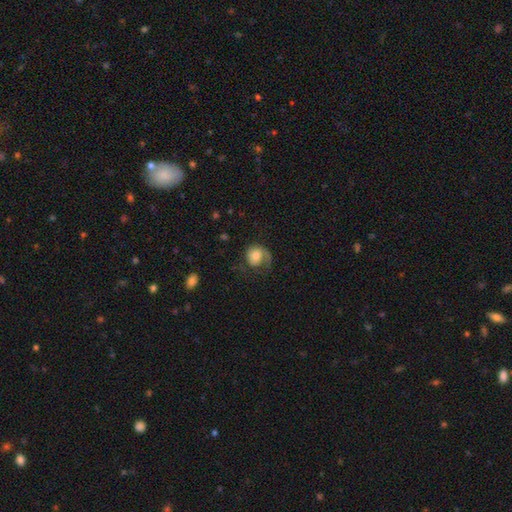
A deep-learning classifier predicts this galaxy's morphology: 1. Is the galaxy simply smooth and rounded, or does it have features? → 56% smooth, 36% featured or disk, 8% star or artifact.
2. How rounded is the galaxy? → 65% round, 34% in between, 1% cigar-shaped.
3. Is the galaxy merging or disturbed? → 40% none, 34% major disturbance, 23% minor disturbance, 2% merger.